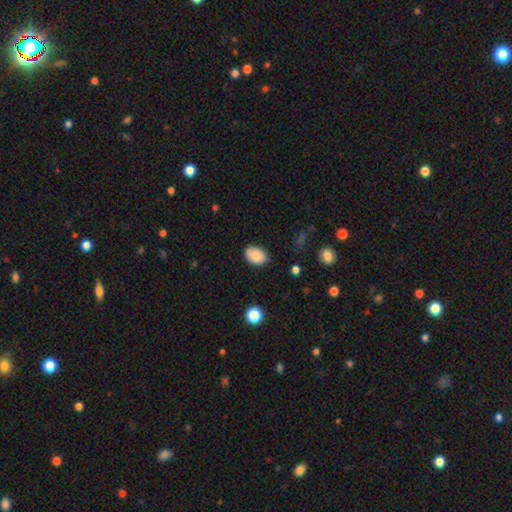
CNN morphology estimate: Smooth or featured? Predicted: smooth (p=0.82). How rounded? Predicted: in between (p=0.81). Merging? Predicted: none (p=0.80).